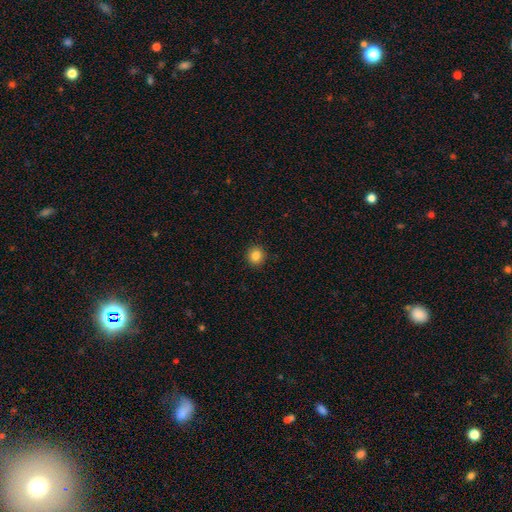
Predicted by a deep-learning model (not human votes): smooth_or_featured: smooth (p=0.85) [alt: star or artifact p=0.11]
how_rounded: round (p=0.90) [alt: in between p=0.09]
merging: none (p=0.92) [alt: minor disturbance p=0.05]